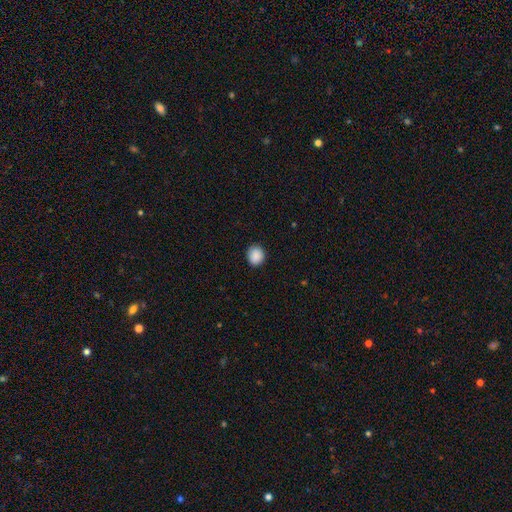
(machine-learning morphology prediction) The model was most divided on "how rounded": round: 78%, in between: 21%, cigar-shaped: 1%. More confident: merging — none (91%); smooth or featured — smooth (89%).